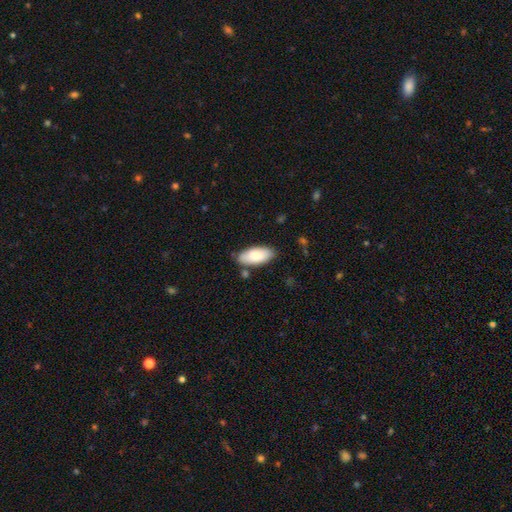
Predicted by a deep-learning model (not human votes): The model was most divided on "merging": none: 79%, minor disturbance: 14%, merger: 4%, major disturbance: 3%. More confident: how rounded — in between (90%); smooth or featured — smooth (82%).